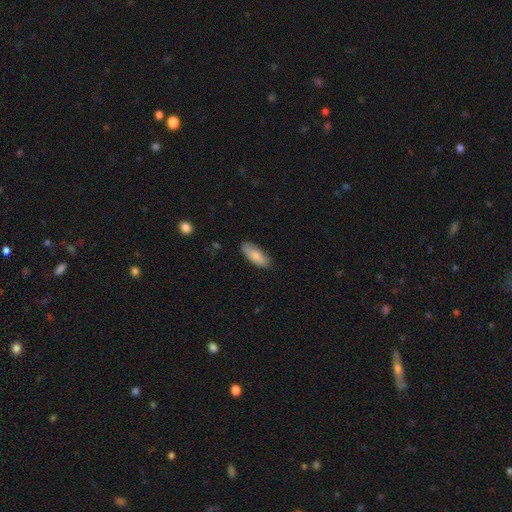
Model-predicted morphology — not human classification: Smooth or featured? smooth (83%)
How rounded? in between (77%)
Merging? none (82%)